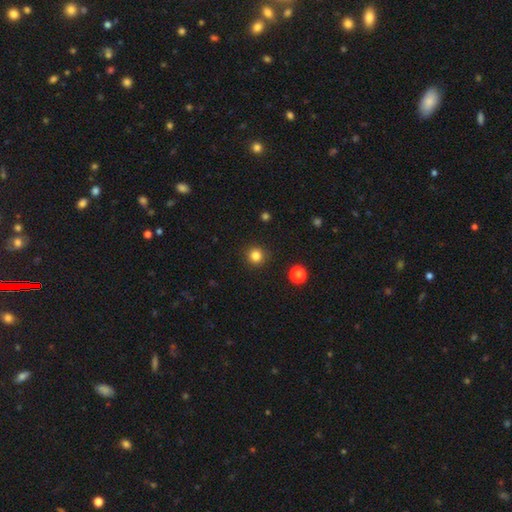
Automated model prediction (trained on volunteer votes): This is clearly a smooth galaxy (84%). How rounded: clearly round (95%). Merging: clearly none (91%).